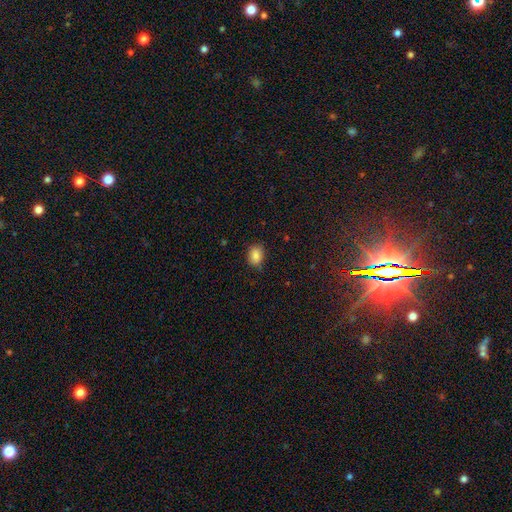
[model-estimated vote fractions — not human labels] smooth_or_featured: smooth (p=0.86) [alt: star or artifact p=0.09]
how_rounded: in between (p=0.67) [alt: round p=0.32]
merging: none (p=0.75) [alt: minor disturbance p=0.20]